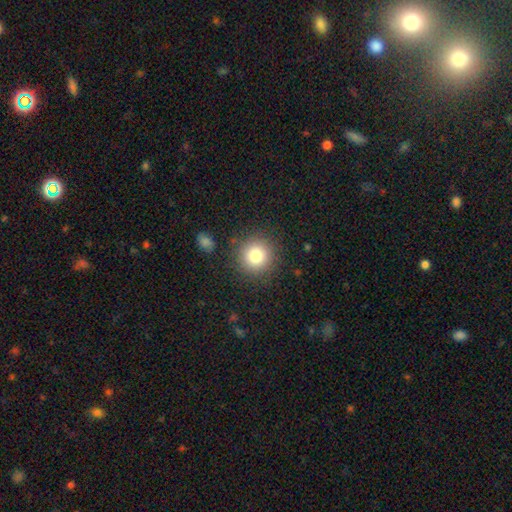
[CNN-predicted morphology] A smooth galaxy with no disk features (81%) that is round (93%).

Vote fractions:
- Smooth or featured? smooth: 81% / star or artifact: 11% / featured or disk: 8%
- How rounded? round: 93% / in between: 6% / cigar-shaped: 1%
- Merging? none: 88% / minor disturbance: 8% / major disturbance: 3% / merger: 2%